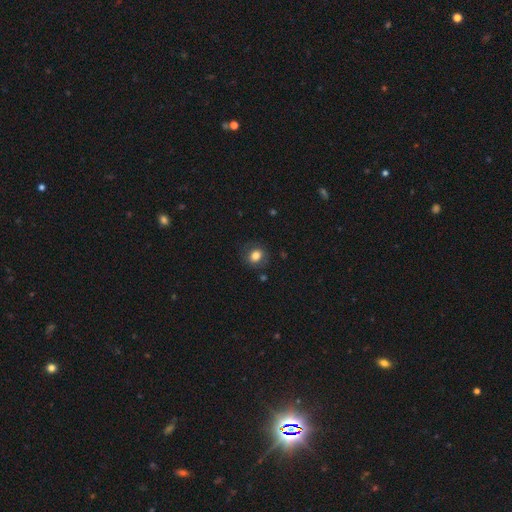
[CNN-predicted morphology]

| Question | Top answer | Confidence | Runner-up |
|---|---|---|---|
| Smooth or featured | smooth | 79% | featured or disk (11%) |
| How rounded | round | 61% | in between (38%) |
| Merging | none | 82% | minor disturbance (12%) |